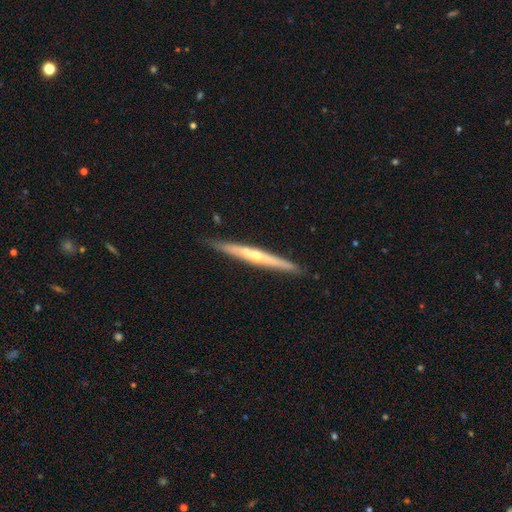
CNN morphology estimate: Smooth or featured?
  - featured or disk: 75% *
  - smooth: 19%
  - star or artifact: 6%
Edge-on disk?
  - yes: 97% *
  - no: 3%
Edge-on bulge?
  - rounded: 75% *
  - none: 21%
  - boxy: 4%
Merging?
  - none: 91% *
  - minor disturbance: 7%
  - major disturbance: 1%
  - merger: 1%